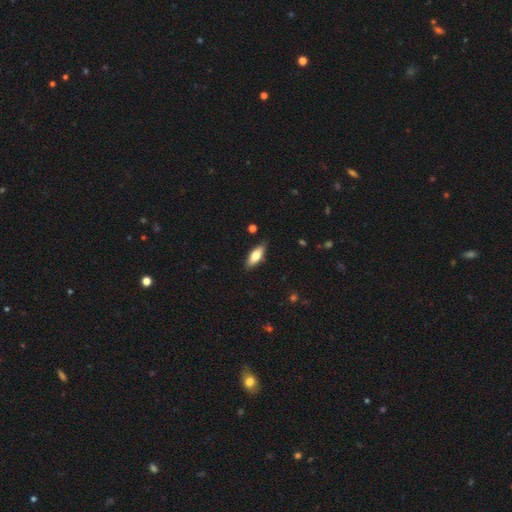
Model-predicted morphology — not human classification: Smooth or featured?
  - smooth: 69% *
  - featured or disk: 25%
  - star or artifact: 6%
How rounded?
  - in between: 69% *
  - cigar-shaped: 29%
  - round: 2%
Merging?
  - none: 85% *
  - minor disturbance: 12%
  - major disturbance: 2%
  - merger: 1%